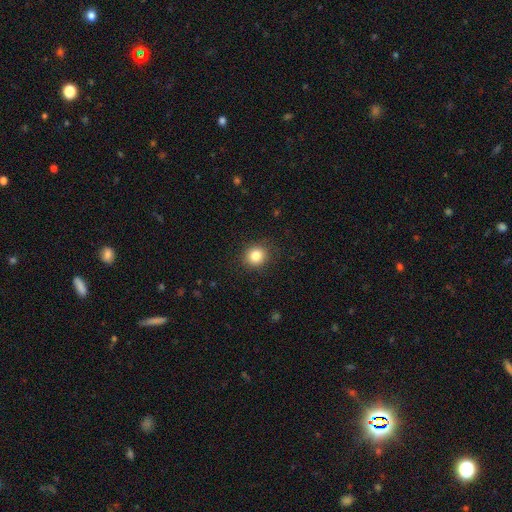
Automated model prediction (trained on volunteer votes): A smooth galaxy with no disk features (83%) that is round (86%).

Vote fractions:
- Smooth or featured? smooth: 83% / star or artifact: 11% / featured or disk: 6%
- How rounded? round: 86% / in between: 14% / cigar-shaped: 1%
- Merging? none: 89% / minor disturbance: 8% / major disturbance: 3% / merger: 1%